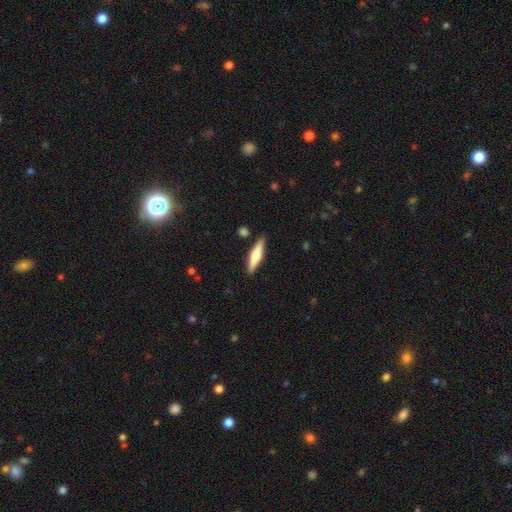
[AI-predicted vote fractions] smooth-or-featured: smooth: 53% | featured or disk: 41% | star or artifact: 6%
  how-rounded: cigar-shaped: 77% | in between: 21% | round: 2%
  merging: none: 89% | minor disturbance: 8% | merger: 2% | major disturbance: 2%